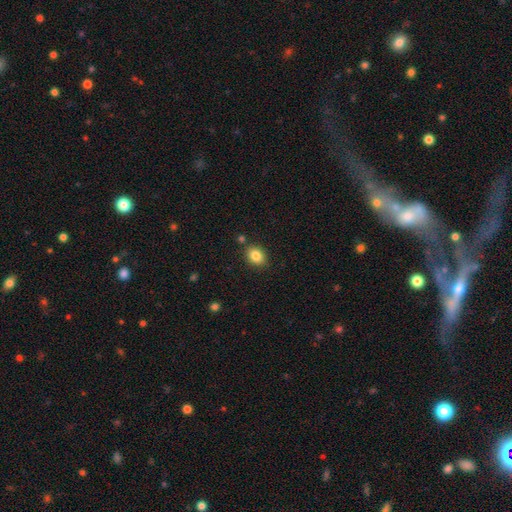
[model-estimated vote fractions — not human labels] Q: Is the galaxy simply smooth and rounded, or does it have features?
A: smooth — 84%.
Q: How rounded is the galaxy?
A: in between — 55%.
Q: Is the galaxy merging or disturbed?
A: none — 83%.